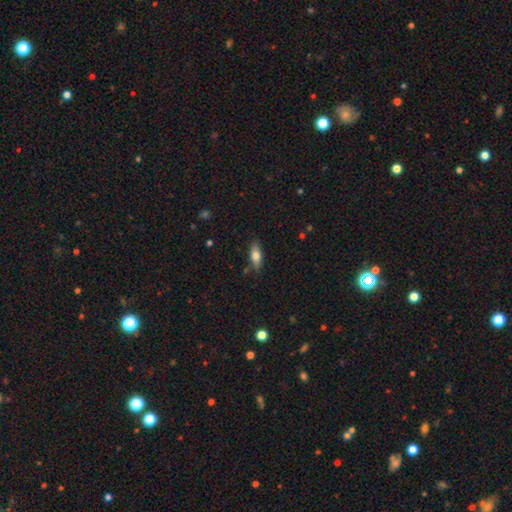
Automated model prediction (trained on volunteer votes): smooth 72%, featured or disk 21%, star or artifact 7%. Down the decision tree: how rounded — in between (72%); merging — none (81%).